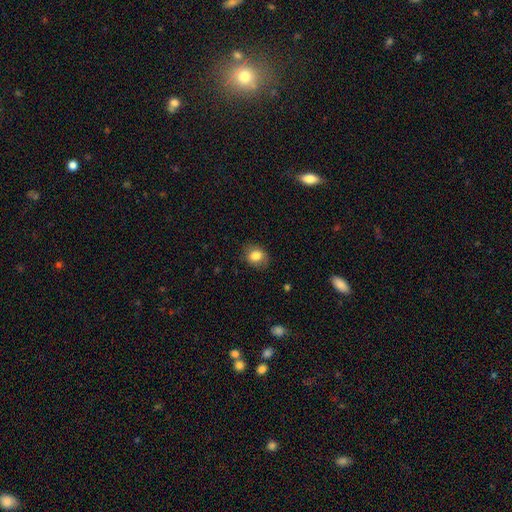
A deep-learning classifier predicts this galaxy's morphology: smooth-or-featured: smooth: 82% | star or artifact: 9% | featured or disk: 9%
  how-rounded: round: 55% | in between: 44% | cigar-shaped: 1%
  merging: none: 80% | minor disturbance: 15% | major disturbance: 4% | merger: 1%